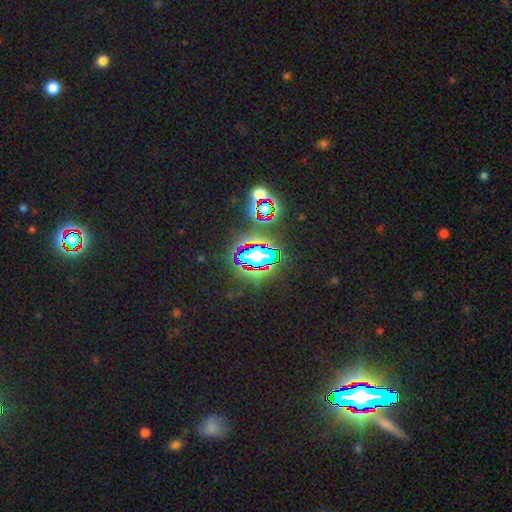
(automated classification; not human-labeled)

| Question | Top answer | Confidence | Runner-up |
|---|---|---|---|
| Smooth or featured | star or artifact | 67% | smooth (20%) |